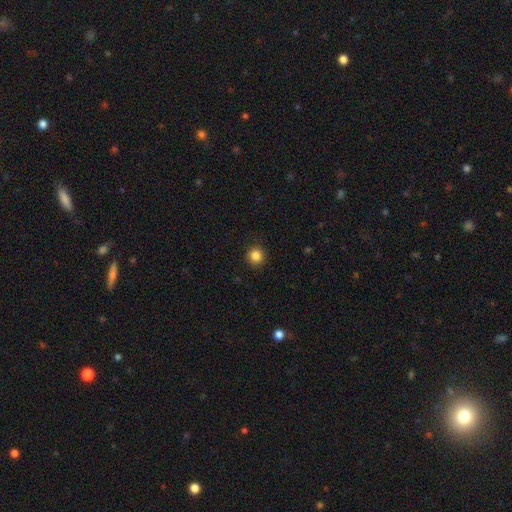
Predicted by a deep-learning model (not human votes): Smooth or featured?
  - smooth: 85% *
  - star or artifact: 11%
  - featured or disk: 4%
How rounded?
  - round: 93% *
  - in between: 6%
  - cigar-shaped: 1%
Merging?
  - none: 92% *
  - minor disturbance: 5%
  - major disturbance: 2%
  - merger: 1%